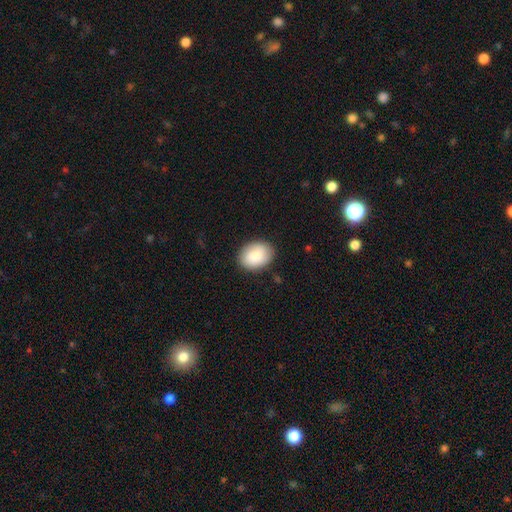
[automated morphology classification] smooth_or_featured: smooth (p=0.86) [alt: featured or disk p=0.08]
how_rounded: in between (p=0.67) [alt: round p=0.32]
merging: none (p=0.84) [alt: minor disturbance p=0.12]